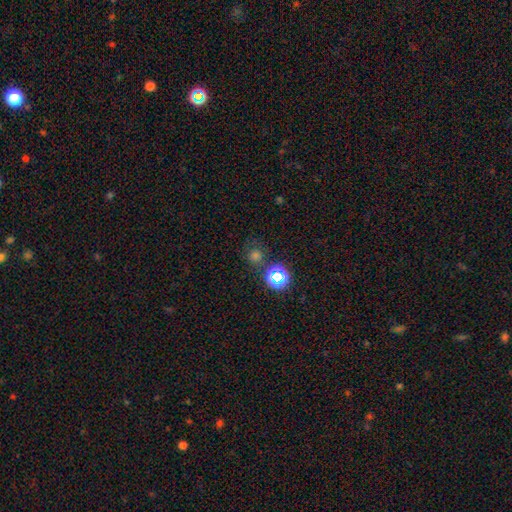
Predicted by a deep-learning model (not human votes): smooth_or_featured: smooth (p=0.54) [alt: star or artifact p=0.40]
how_rounded: round (p=0.89) [alt: in between p=0.10]
merging: none (p=0.75) [alt: minor disturbance p=0.10]